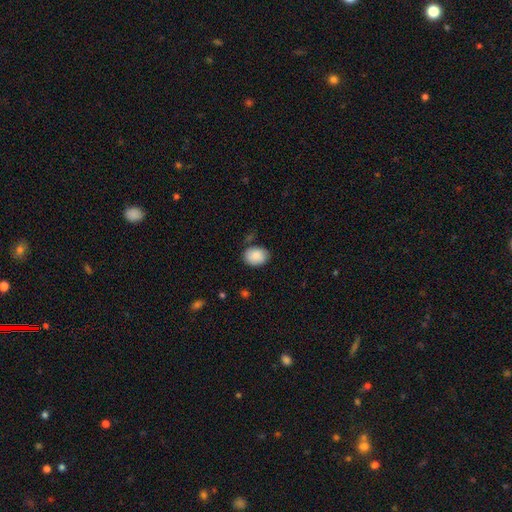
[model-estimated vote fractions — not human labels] This appears to be a smooth galaxy with no disk features (87%) that is in between round and cigar-shaped (66%). Merging: none (71%).